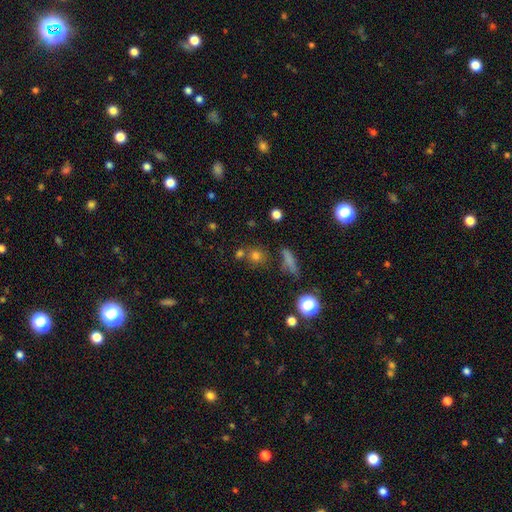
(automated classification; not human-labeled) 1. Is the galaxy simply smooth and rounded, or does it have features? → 71% smooth, 19% star or artifact, 9% featured or disk.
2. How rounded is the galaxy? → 81% round, 15% in between, 4% cigar-shaped.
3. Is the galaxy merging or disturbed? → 66% none, 20% merger, 10% minor disturbance, 4% major disturbance.